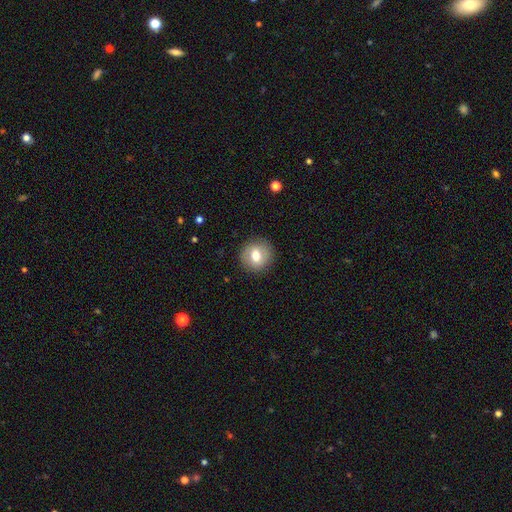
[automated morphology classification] This is likely a smooth galaxy (71%). How rounded: clearly round (88%). Merging: clearly none (89%).